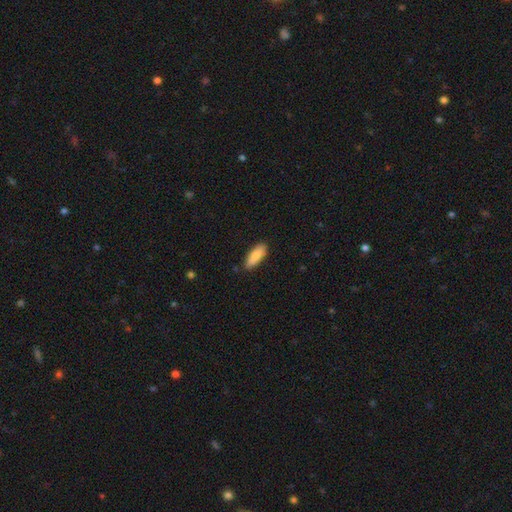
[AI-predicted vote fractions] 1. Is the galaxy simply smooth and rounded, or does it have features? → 83% smooth, 12% featured or disk, 6% star or artifact.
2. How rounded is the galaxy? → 65% in between, 33% cigar-shaped, 2% round.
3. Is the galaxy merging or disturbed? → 85% none, 12% minor disturbance, 2% major disturbance, 1% merger.